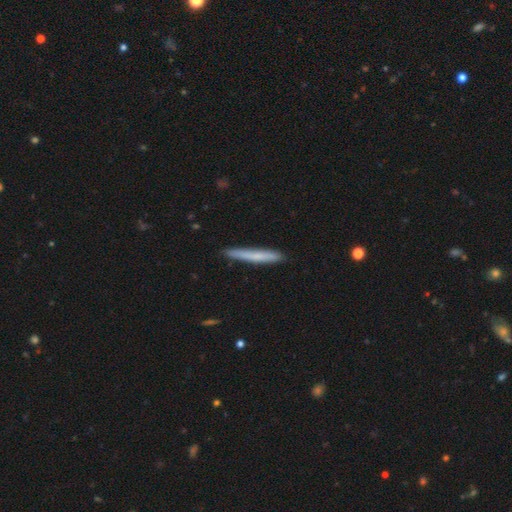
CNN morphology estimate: Smooth or featured? Predicted: smooth (p=0.65). How rounded? Predicted: cigar-shaped (p=0.96). Merging? Predicted: none (p=0.87).